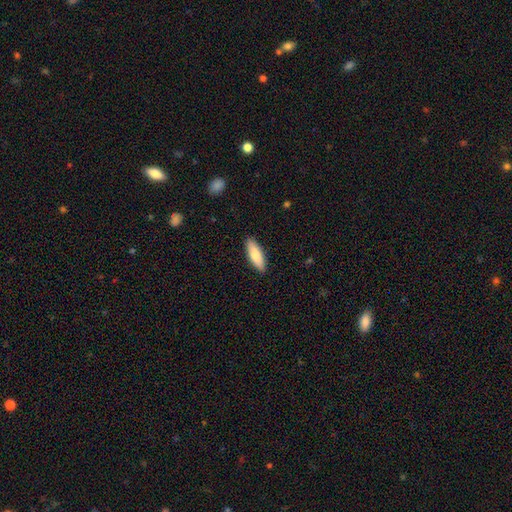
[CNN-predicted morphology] The model was most divided on "how rounded" (2-way tie): in between: 49%, cigar-shaped: 49%, round: 2%. More confident: merging — none (89%); smooth or featured — smooth (78%).